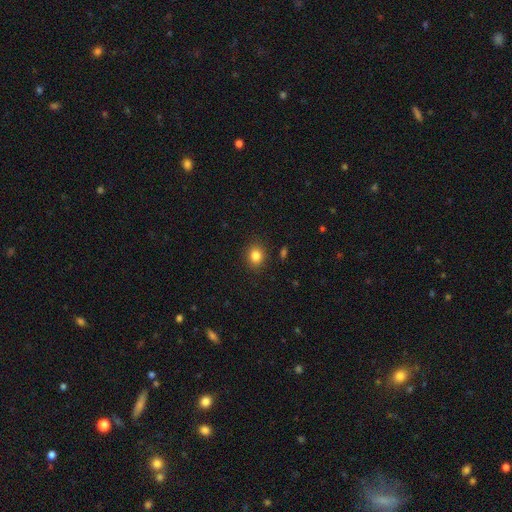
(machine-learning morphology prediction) type=smooth (84%); roundness=round (60%); merging=none (88%).